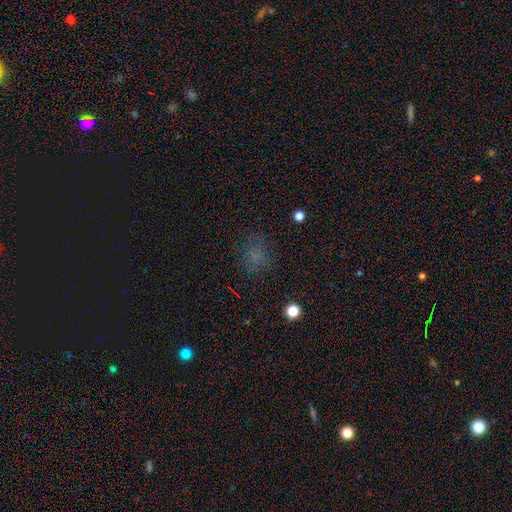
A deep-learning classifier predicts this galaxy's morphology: Smooth or featured? Predicted: smooth (p=0.63). How rounded? Predicted: round (p=0.70). Merging? Predicted: none (p=0.74).